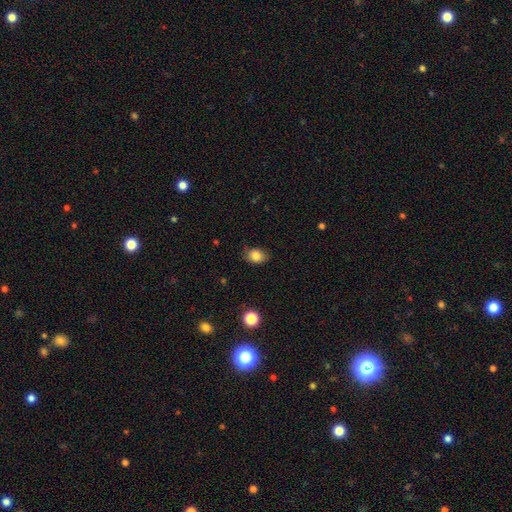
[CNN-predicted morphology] This appears to be a smooth galaxy with no disk features (84%) that is in between round and cigar-shaped (67%). Merging: none (75%).